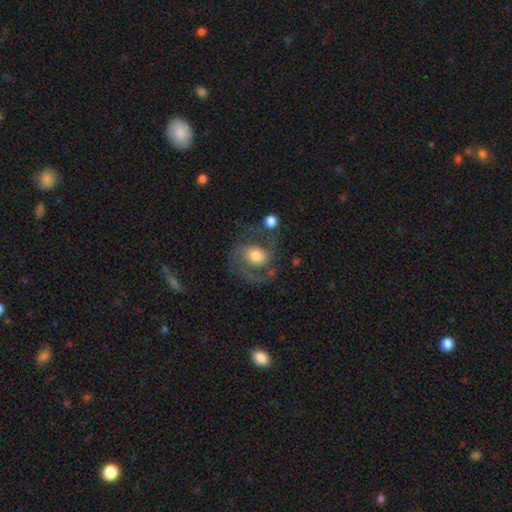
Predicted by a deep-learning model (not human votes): A featured or disk galaxy (72%) with no bar (71%), 2 (65%) medium (49%) spiral arms (90%) and a moderate central bulge (61%). Merging: none (48%).